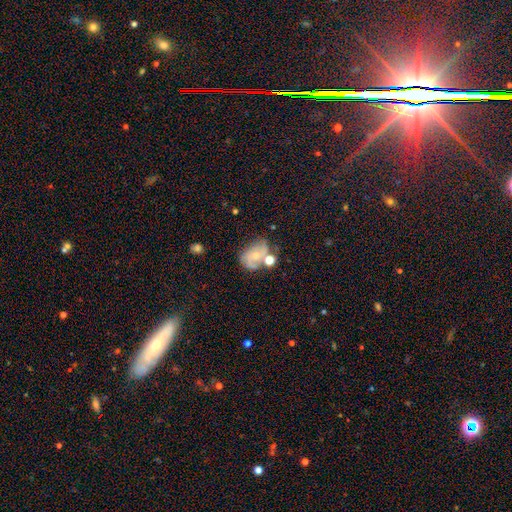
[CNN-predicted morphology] smooth-or-featured: featured or disk: 52% | smooth: 37% | star or artifact: 11%
  disk-edge-on: no: 97% | yes: 3%
    bar: no: 73% | weak: 23% | strong: 4%
    has-spiral-arms: yes: 74% | no: 26%
    bulge-size: small: 61% | moderate: 29% | none: 6% | large: 2% | dominant: 1%
  merging: none: 40% | minor disturbance: 23% | merger: 22% | major disturbance: 14%